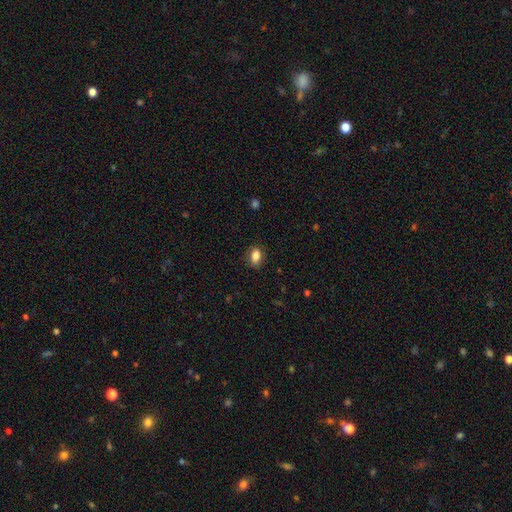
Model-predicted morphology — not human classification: smooth_or_featured: smooth (p=0.85) [alt: star or artifact p=0.08]
how_rounded: in between (p=0.83) [alt: round p=0.15]
merging: none (p=0.84) [alt: minor disturbance p=0.12]